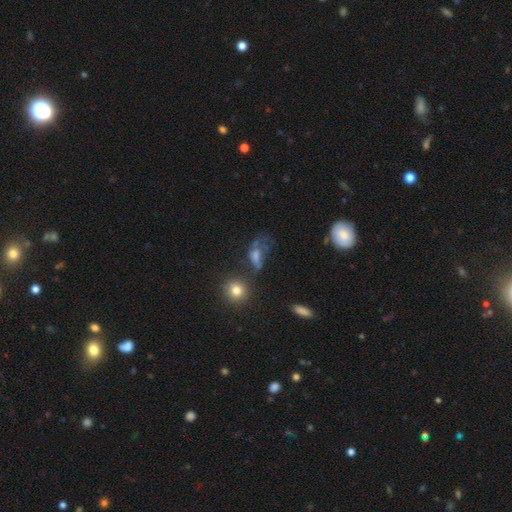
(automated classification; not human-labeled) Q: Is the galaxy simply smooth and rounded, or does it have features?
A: smooth — 45%.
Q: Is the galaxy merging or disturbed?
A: major disturbance — 40%.